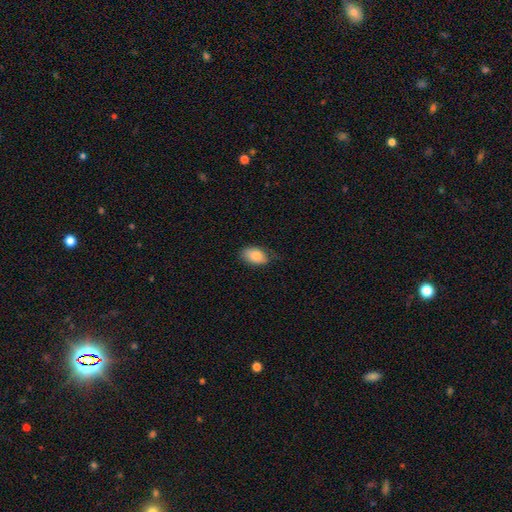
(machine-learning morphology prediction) The model was most divided on "merging": none: 69%, minor disturbance: 25%, major disturbance: 5%, merger: 1%. More confident: how rounded — in between (91%); smooth or featured — smooth (84%).